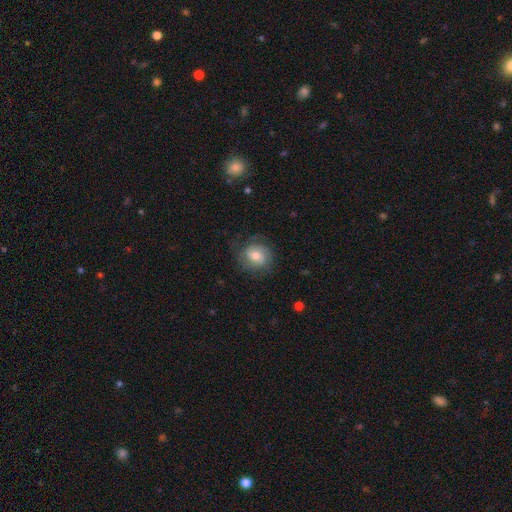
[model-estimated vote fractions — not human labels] Q: Smooth or featured?
A: smooth (54%); runner-up: featured or disk (38%)
Q: How rounded?
A: round (72%); runner-up: in between (27%)
Q: Merging?
A: none (71%); runner-up: minor disturbance (18%)